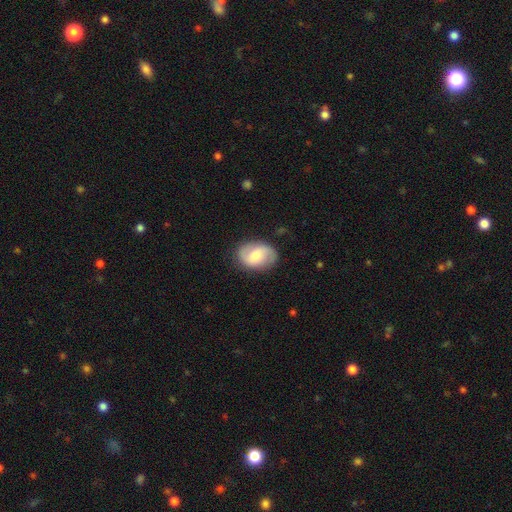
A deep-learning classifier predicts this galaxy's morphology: The model was most divided on "bar" (2-way tie): weak: 44%, no: 44%, strong: 12%. More confident: edge-on disk — no (97%); spiral arms — yes (86%); merging — none (81%); bulge size — moderate (55%); smooth or featured — featured or disk (52%).